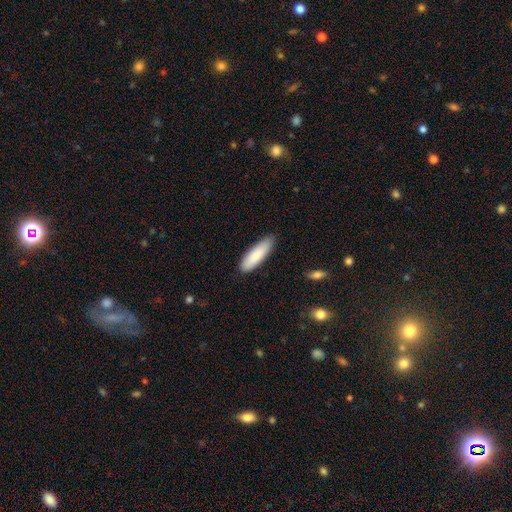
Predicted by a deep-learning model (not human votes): Smooth or featured: smooth — 85% (featured or disk — 9%)
How rounded: cigar-shaped — 55% (in between — 44%)
Merging: none — 84% (minor disturbance — 13%)